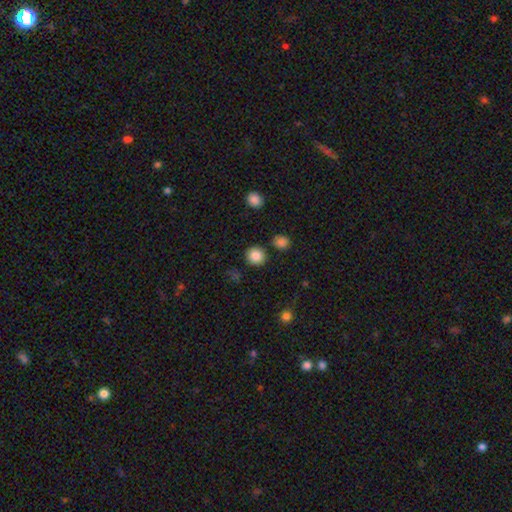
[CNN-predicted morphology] A smooth galaxy with no disk features (86%) that is round (91%). Merging: none (89%).